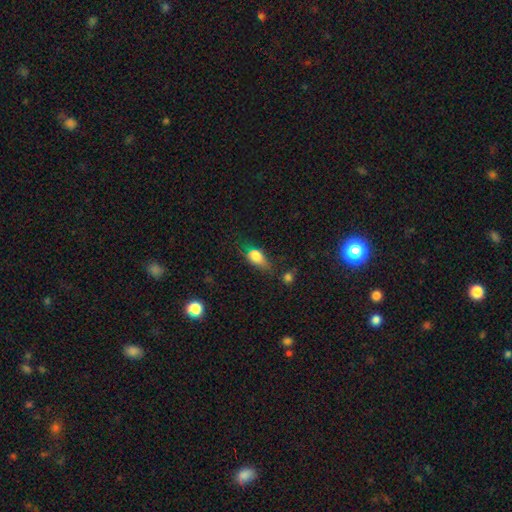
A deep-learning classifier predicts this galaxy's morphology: Smooth or featured? smooth (75%)
How rounded? in between (76%)
Merging? none (41%)